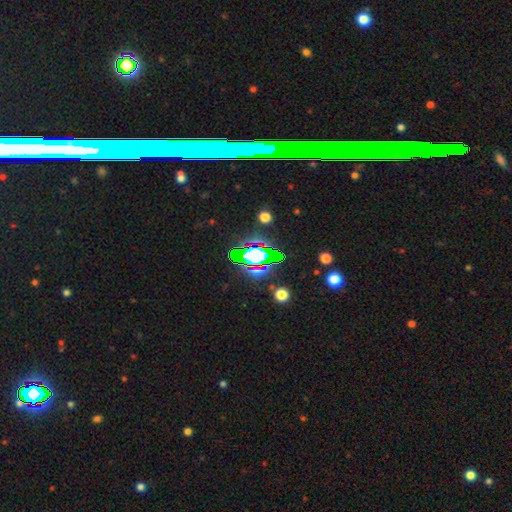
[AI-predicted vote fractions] A star or artifact, not a galaxy (64%).

Vote fractions:
- Smooth or featured? star or artifact: 64% / smooth: 21% / featured or disk: 15%